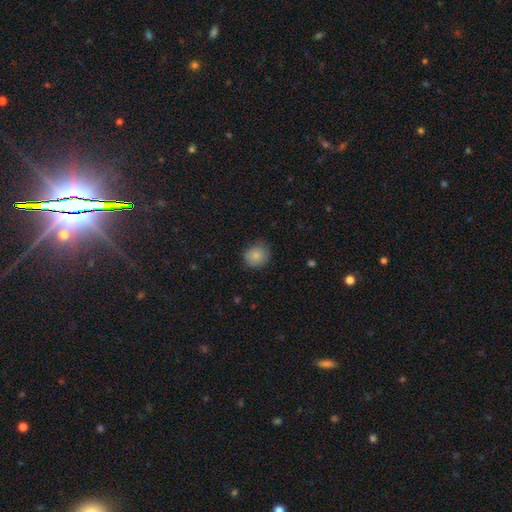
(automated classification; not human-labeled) Morphology: type=smooth (83%); roundness=round (81%); merging=none (77%).